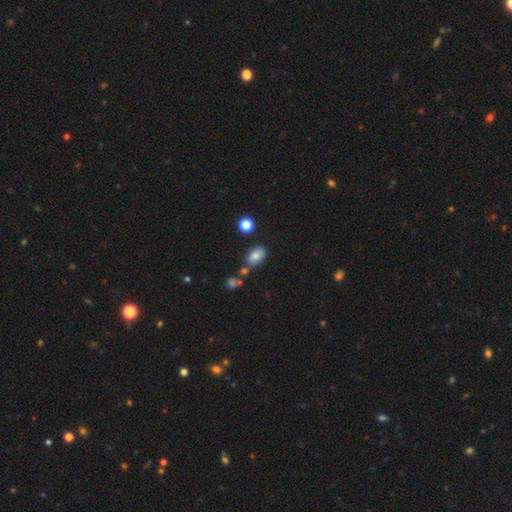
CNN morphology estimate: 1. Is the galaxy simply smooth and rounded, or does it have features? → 80% smooth, 11% star or artifact, 10% featured or disk.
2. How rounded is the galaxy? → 87% in between, 11% round, 2% cigar-shaped.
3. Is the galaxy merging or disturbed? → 68% none, 17% minor disturbance, 11% merger, 4% major disturbance.